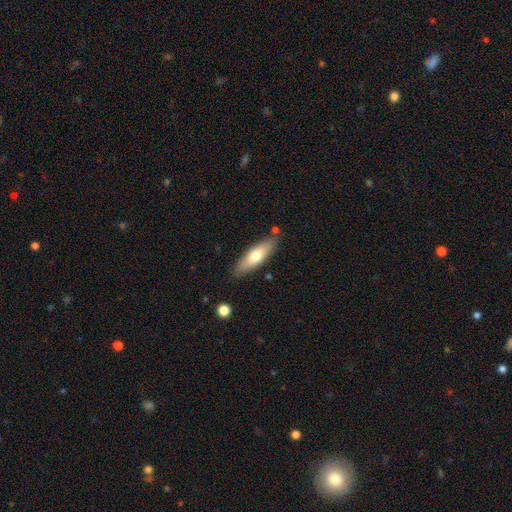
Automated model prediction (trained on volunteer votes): This is likely a smooth galaxy (64%). How rounded: possibly cigar-shaped (57%). Merging: clearly none (82%).